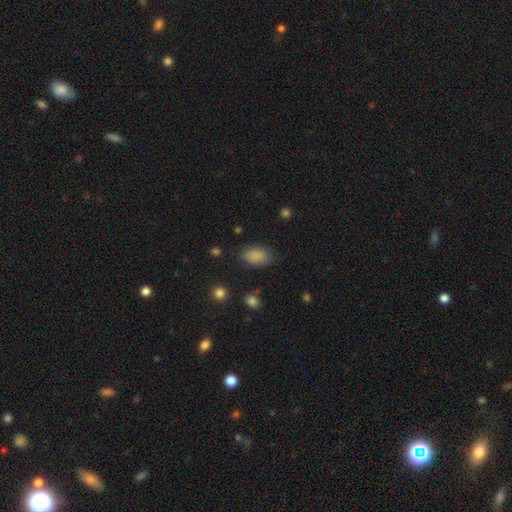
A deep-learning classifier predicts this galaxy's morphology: type=smooth (86%); roundness=in between (90%); merging=none (74%).